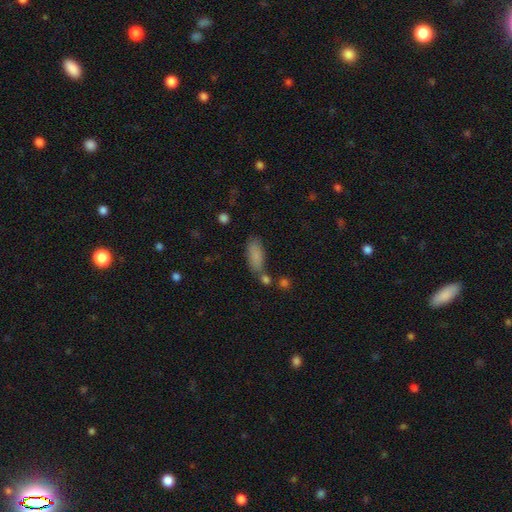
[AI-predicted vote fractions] The model was most divided on "merging": none: 60%, minor disturbance: 19%, merger: 15%, major disturbance: 6%. More confident: smooth or featured — smooth (84%); how rounded — in between (78%).